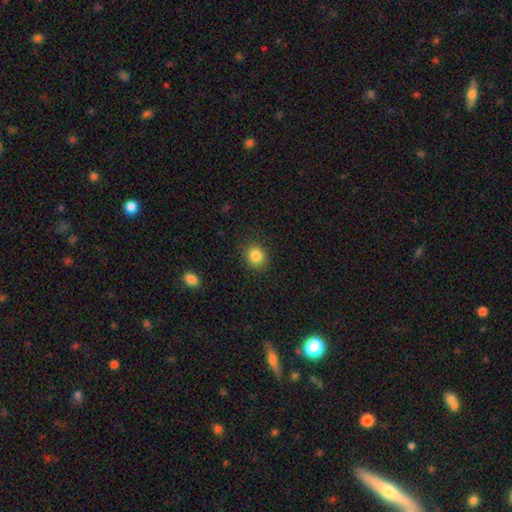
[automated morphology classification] This is clearly a smooth galaxy (85%). How rounded: likely round (74%). Merging: clearly none (88%).